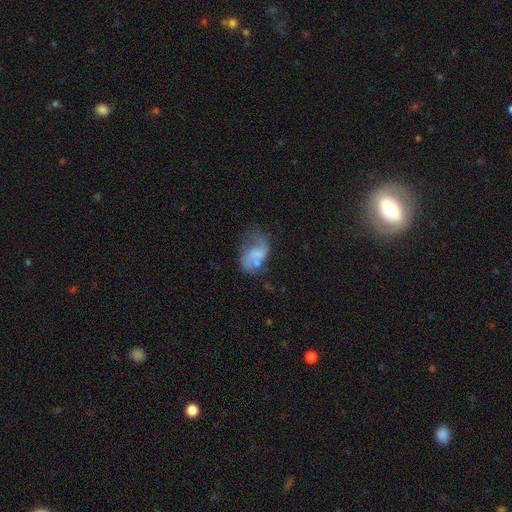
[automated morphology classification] Smooth or featured?
  - featured or disk: 52% *
  - smooth: 38%
  - star or artifact: 10%
Edge-on disk?
  - no: 97% *
  - yes: 3%
Bar?
  - no: 59% *
  - weak: 33%
  - strong: 8%
Spiral arms?
  - yes: 66% *
  - no: 34%
Bulge size?
  - none: 47% *
  - small: 28%
  - moderate: 18%
  - large: 5%
  - dominant: 2%
Merging?
  - none: 30% * (tied)
  - major disturbance: 30% * (tied)
  - minor disturbance: 26%
  - merger: 15%